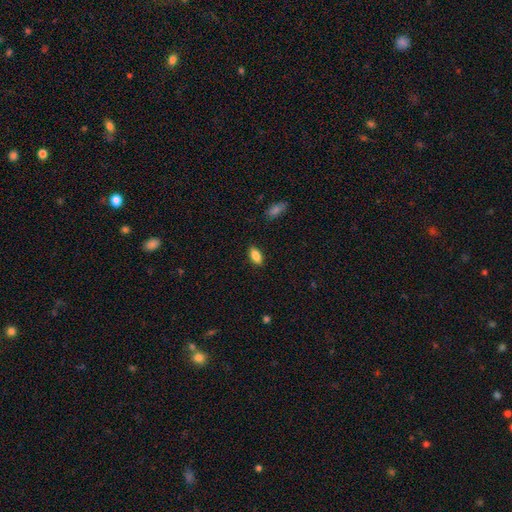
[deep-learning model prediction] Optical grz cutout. It shows a smooth galaxy with no disk features (86%) that is in between round and cigar-shaped (89%). Merging: none (88%).